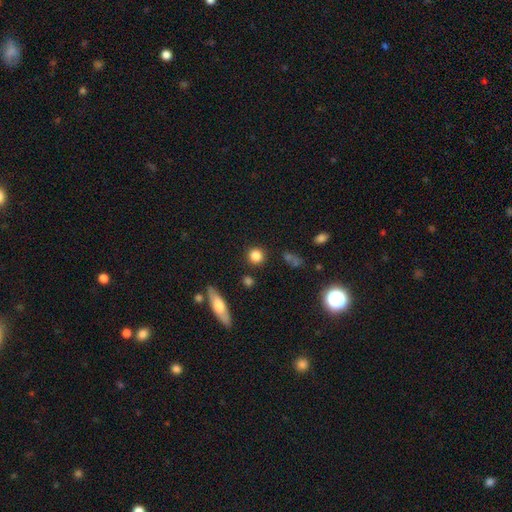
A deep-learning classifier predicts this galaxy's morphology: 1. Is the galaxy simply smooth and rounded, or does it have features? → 83% smooth, 11% star or artifact, 7% featured or disk.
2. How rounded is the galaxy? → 91% round, 7% in between, 2% cigar-shaped.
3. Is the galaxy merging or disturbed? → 87% none, 7% minor disturbance, 3% merger, 3% major disturbance.